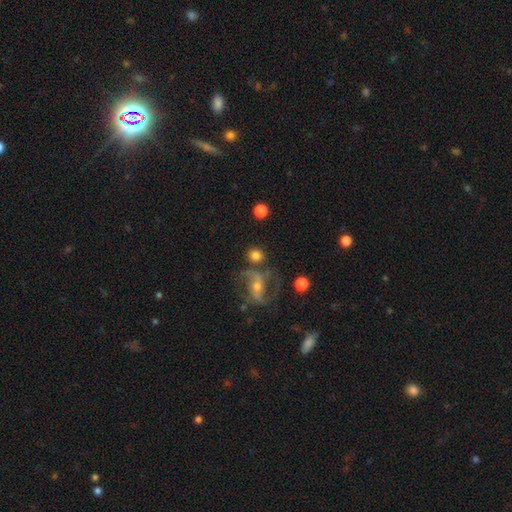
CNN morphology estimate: This is likely a smooth galaxy (66%). How rounded: clearly round (86%). Merging: likely none (73%).